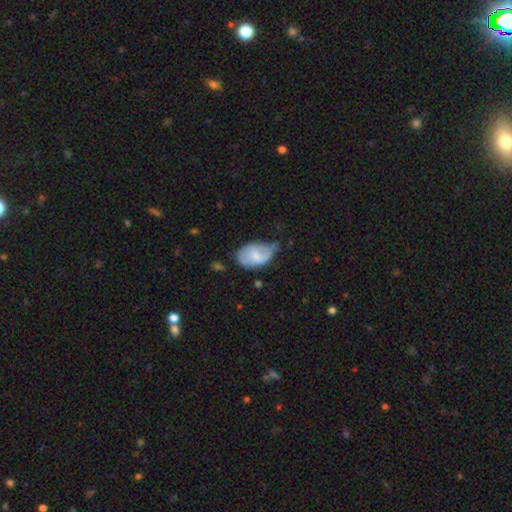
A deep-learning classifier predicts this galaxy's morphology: Overall: smooth (58%; featured or disk 35%). How rounded: in between (86%). Merging: minor disturbance (46%; none 30%).